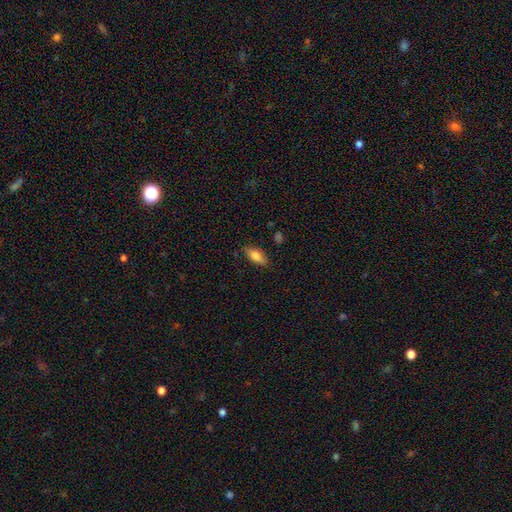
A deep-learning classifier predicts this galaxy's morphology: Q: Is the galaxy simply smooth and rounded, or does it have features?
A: smooth — 80%.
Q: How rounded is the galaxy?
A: in between — 83%.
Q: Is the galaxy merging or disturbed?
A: none — 84%.